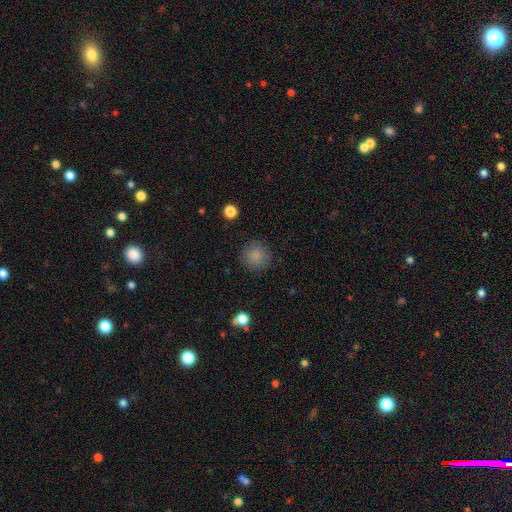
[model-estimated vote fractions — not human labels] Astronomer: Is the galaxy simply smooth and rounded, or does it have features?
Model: smooth — 85%.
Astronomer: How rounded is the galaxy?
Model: round — 94%.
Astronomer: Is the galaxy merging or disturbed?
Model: none — 88%.